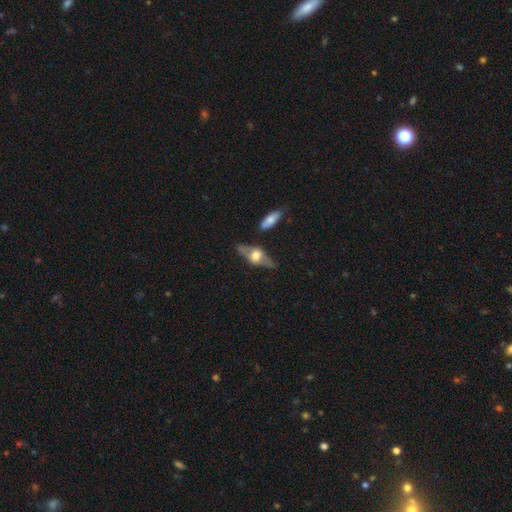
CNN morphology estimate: A featured or disk galaxy (64%) viewed edge-on (81%) with a rounded central bulge (94%). Merging: none (71%).